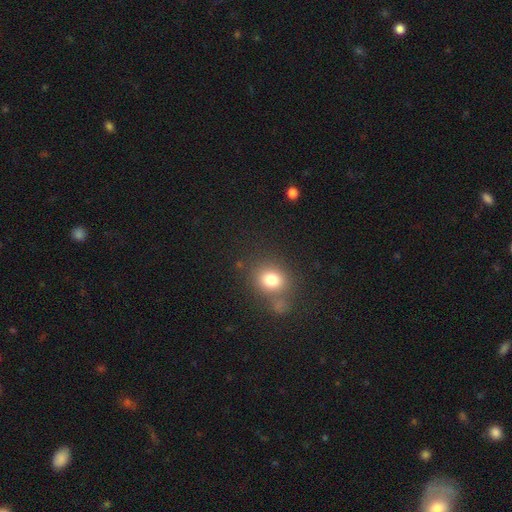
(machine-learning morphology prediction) Smooth or featured? smooth (63%)
How rounded? round (78%)
Merging? none (73%)